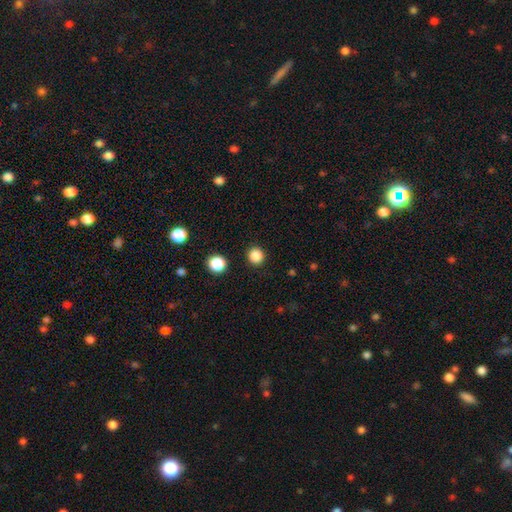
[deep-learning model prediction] smooth 86%, star or artifact 12%, featured or disk 3%. Down the decision tree: how rounded — round (93%); merging — none (91%).